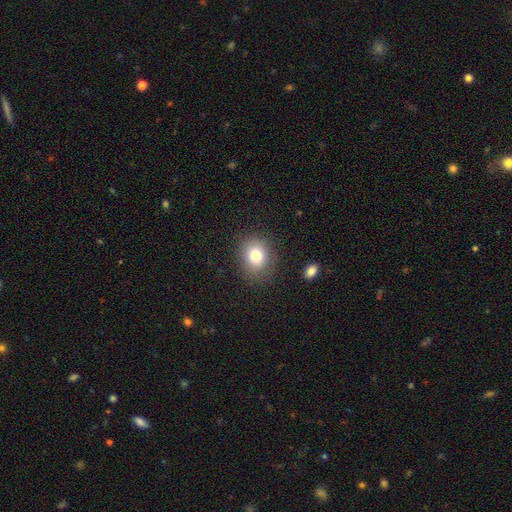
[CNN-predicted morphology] The model was most divided on "how rounded": round: 60%, in between: 39%, cigar-shaped: 1%. More confident: merging — none (84%); smooth or featured — smooth (78%).